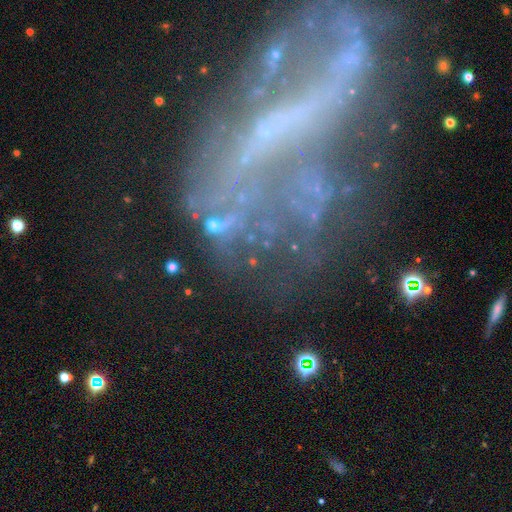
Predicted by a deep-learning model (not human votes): Smooth or featured? featured or disk (65%)
Edge-on disk? no (91%)
Bar? no (50%)
Spiral arms? no (62%)
Bulge size? none (68%)
Merging? none (43%)